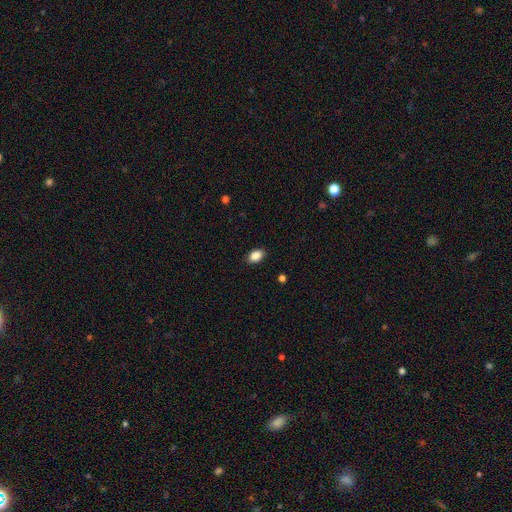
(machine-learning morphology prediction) Q: Smooth or featured?
A: smooth (88%); runner-up: star or artifact (8%)
Q: How rounded?
A: in between (85%); runner-up: round (13%)
Q: Merging?
A: none (88%); runner-up: minor disturbance (9%)